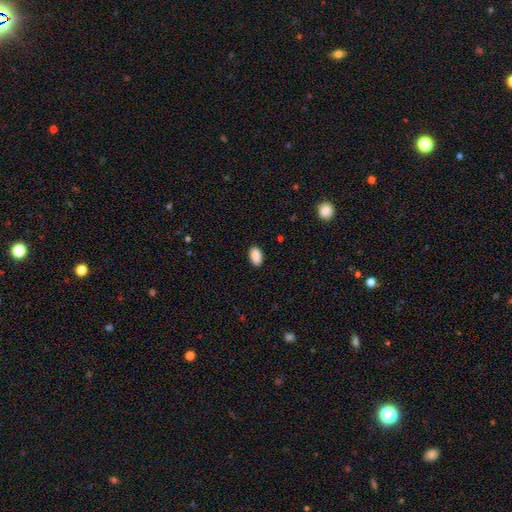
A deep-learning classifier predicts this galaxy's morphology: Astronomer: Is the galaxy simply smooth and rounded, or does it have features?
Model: smooth — 90%.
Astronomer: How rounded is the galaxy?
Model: in between — 93%.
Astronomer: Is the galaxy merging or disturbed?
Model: none — 87%.